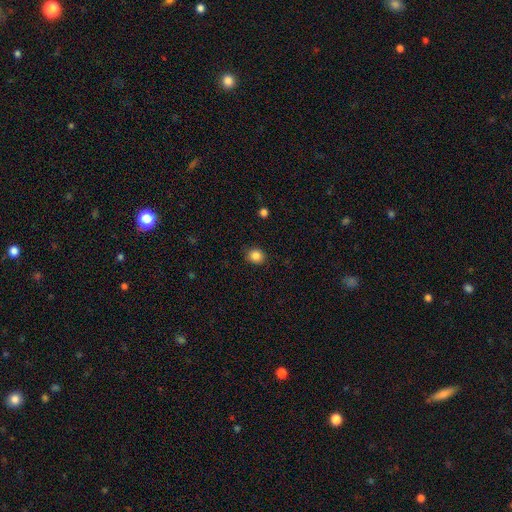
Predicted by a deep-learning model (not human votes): Overall: smooth (85%). How rounded: round (73%). Merging: none (88%).